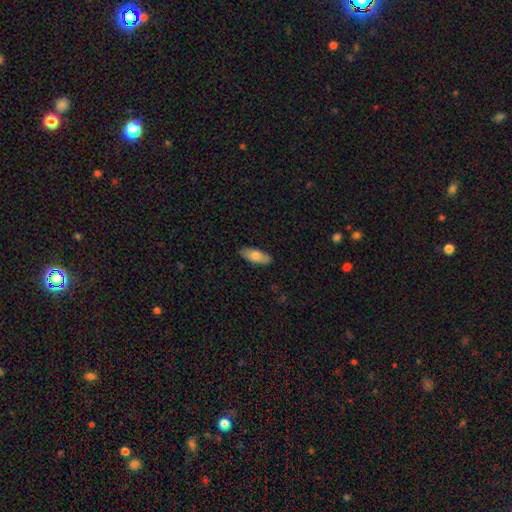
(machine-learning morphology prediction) Overall: smooth (80%). How rounded: in between (77%). Merging: none (86%).